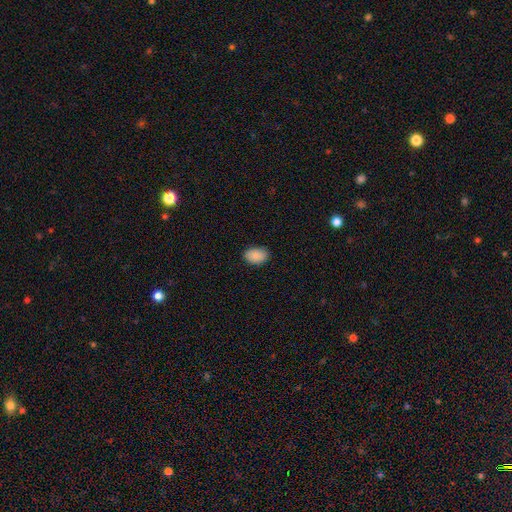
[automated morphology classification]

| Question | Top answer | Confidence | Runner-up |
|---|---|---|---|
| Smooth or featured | smooth | 89% | star or artifact (8%) |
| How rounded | in between | 84% | round (15%) |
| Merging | none | 85% | minor disturbance (12%) |